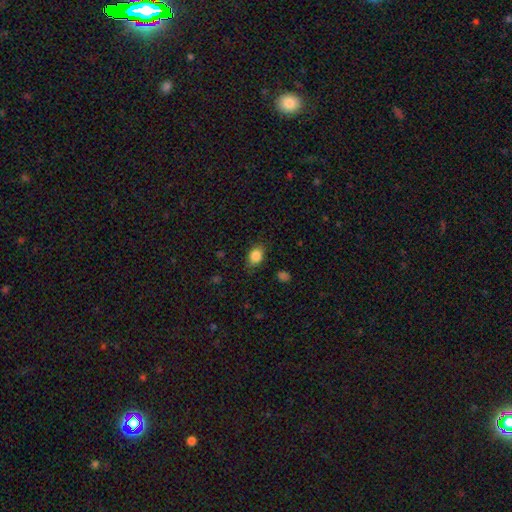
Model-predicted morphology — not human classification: A smooth galaxy with no disk features (84%) that is in between round and cigar-shaped (71%). Merging: none (81%).